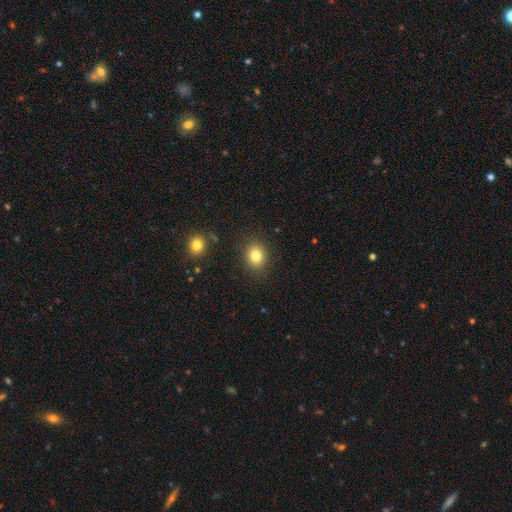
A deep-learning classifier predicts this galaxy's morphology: Q: Smooth or featured?
A: smooth (82%); runner-up: star or artifact (11%)
Q: How rounded?
A: round (60%); runner-up: in between (39%)
Q: Merging?
A: none (86%); runner-up: minor disturbance (9%)